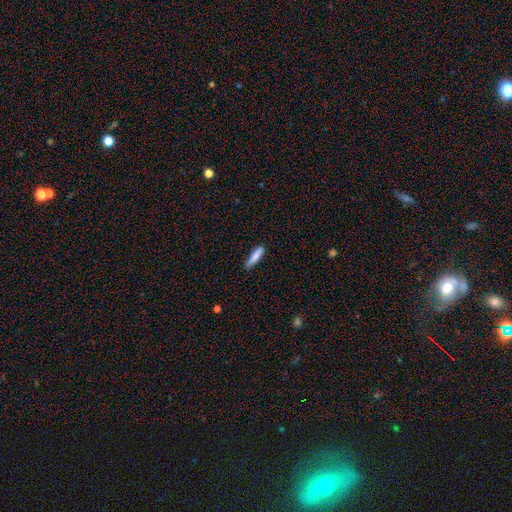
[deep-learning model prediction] This appears to be a smooth galaxy with no disk features (84%) that is cigar-shaped (80%). Merging: none (82%).